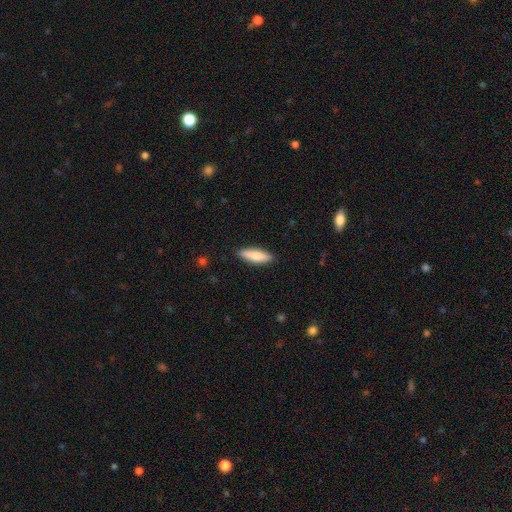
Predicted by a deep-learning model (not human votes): smooth_or_featured: smooth (p=0.77) [alt: featured or disk p=0.18]
how_rounded: cigar-shaped (p=0.57) [alt: in between p=0.41]
merging: none (p=0.88) [alt: minor disturbance p=0.09]